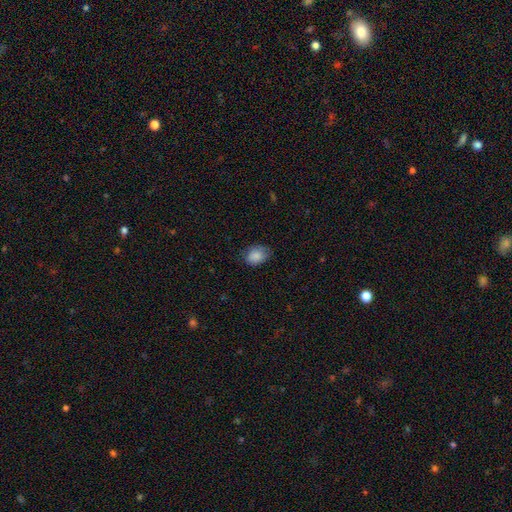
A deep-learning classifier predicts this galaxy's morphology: The model was most divided on "how rounded": in between: 67%, round: 32%, cigar-shaped: 1%. More confident: smooth or featured — smooth (85%); merging — none (69%).